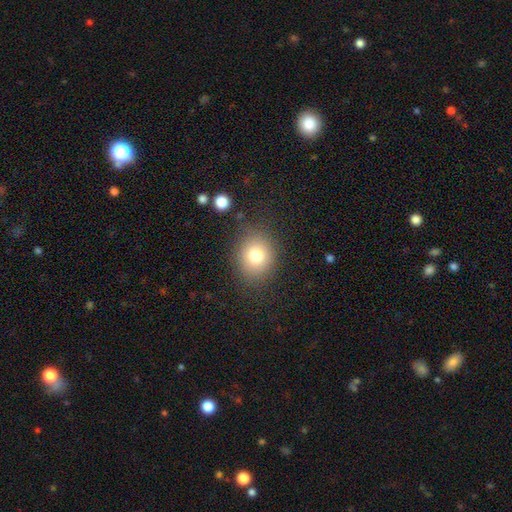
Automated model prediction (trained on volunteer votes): Smooth or featured: smooth — 77% (star or artifact — 12%)
How rounded: round — 64% (in between — 35%)
Merging: none — 81% (minor disturbance — 12%)